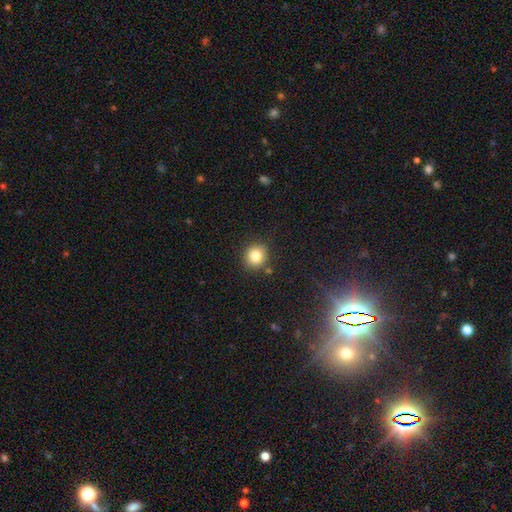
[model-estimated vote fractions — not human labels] Smooth or featured?
  - smooth: 82% *
  - star or artifact: 11%
  - featured or disk: 7%
How rounded?
  - round: 81% *
  - in between: 18%
  - cigar-shaped: 1%
Merging?
  - none: 85% *
  - minor disturbance: 9%
  - merger: 3%
  - major disturbance: 3%